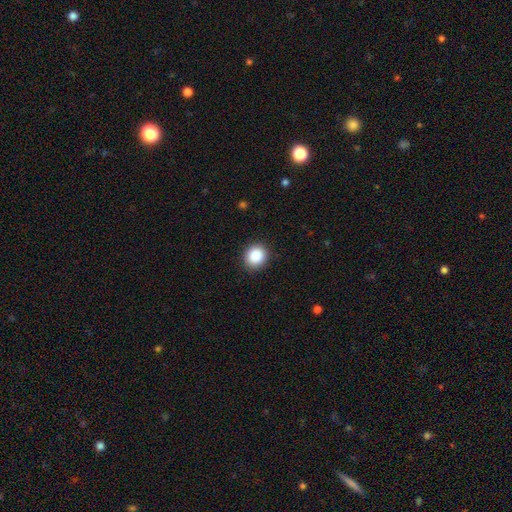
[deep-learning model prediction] Smooth or featured: smooth — 88% (star or artifact — 9%)
How rounded: round — 83% (in between — 16%)
Merging: none — 89% (minor disturbance — 7%)